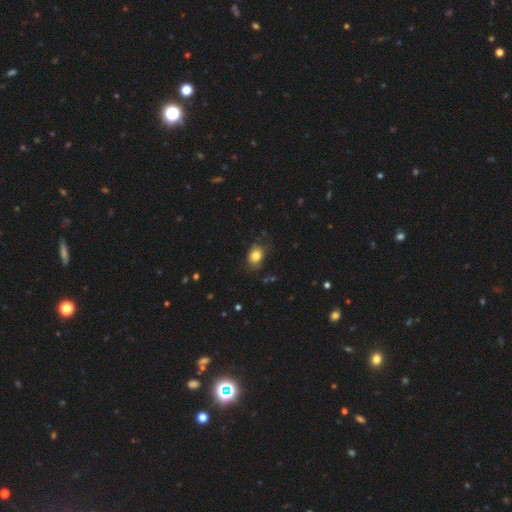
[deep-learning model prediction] Morphology: type=smooth (82%); roundness=in between (57%); merging=none (73%).